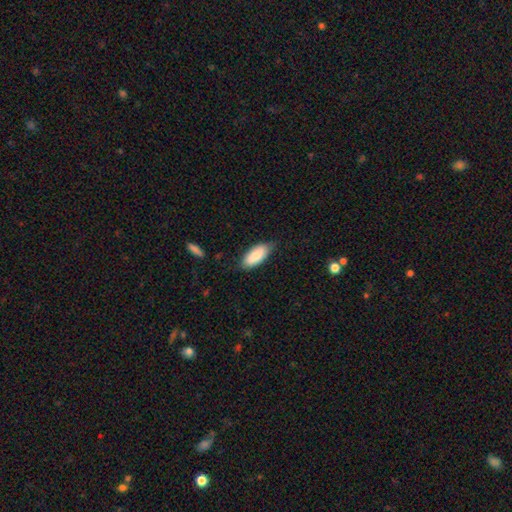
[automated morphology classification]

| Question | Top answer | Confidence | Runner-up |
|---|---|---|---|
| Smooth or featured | smooth | 87% | featured or disk (8%) |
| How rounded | in between | 84% | cigar-shaped (14%) |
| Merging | none | 76% | minor disturbance (20%) |